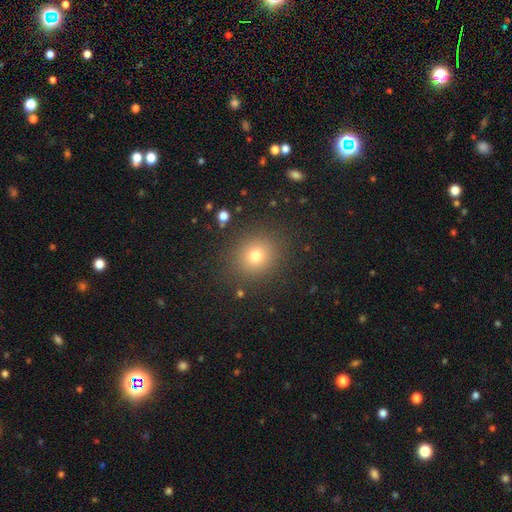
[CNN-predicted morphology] This is likely a smooth galaxy (74%). How rounded: likely round (79%). Merging: clearly none (88%).